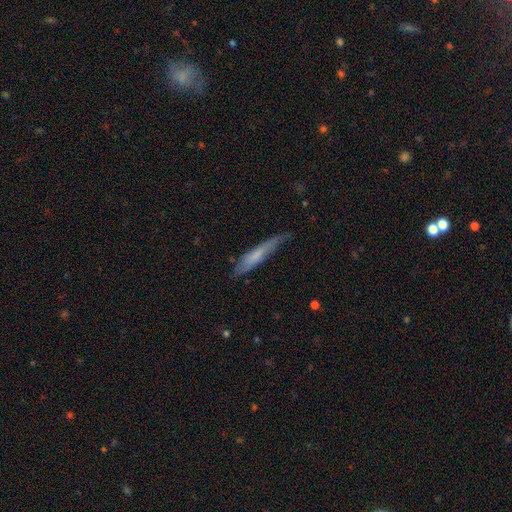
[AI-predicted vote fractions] Smooth or featured: smooth — 58% (featured or disk — 36%)
How rounded: cigar-shaped — 89% (in between — 9%)
Merging: none — 60% (minor disturbance — 29%)